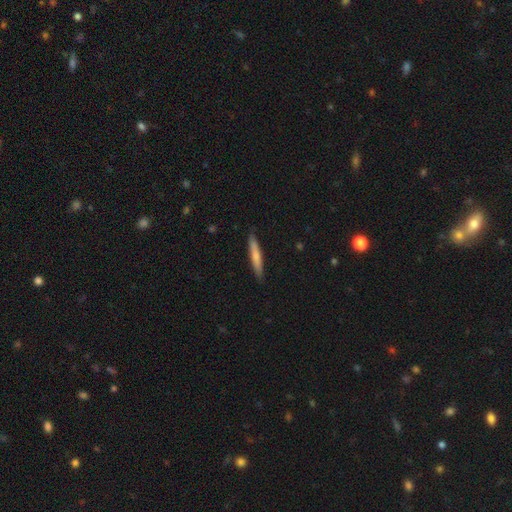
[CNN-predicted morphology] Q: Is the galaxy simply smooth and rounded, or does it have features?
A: smooth — 67%.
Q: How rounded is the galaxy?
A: cigar-shaped — 94%.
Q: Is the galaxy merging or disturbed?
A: none — 89%.